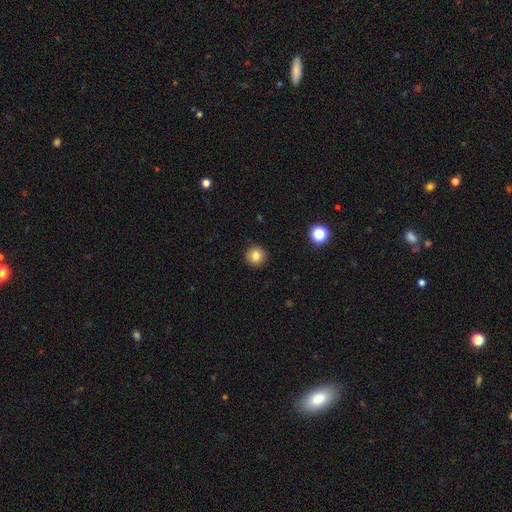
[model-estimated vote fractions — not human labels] Smooth or featured? smooth (82%)
How rounded? round (94%)
Merging? none (93%)